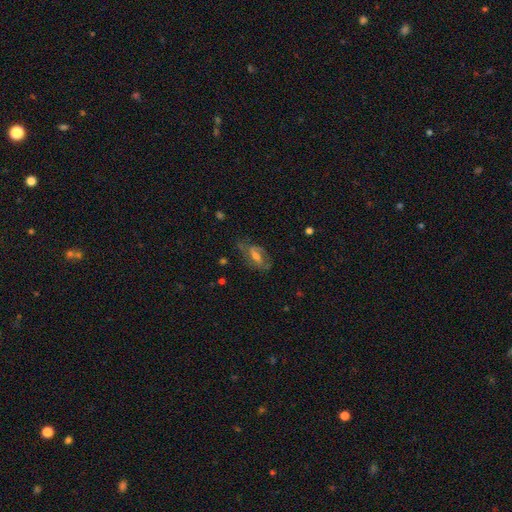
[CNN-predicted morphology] Overall: featured or disk (59%; smooth 29%). Edge-on disk: no (88%). Bar: weak (41%; no 33%). Spiral arms: yes (71%). Bulge size: moderate (46%; small 32%). Merging: none (57%; minor disturbance 23%).